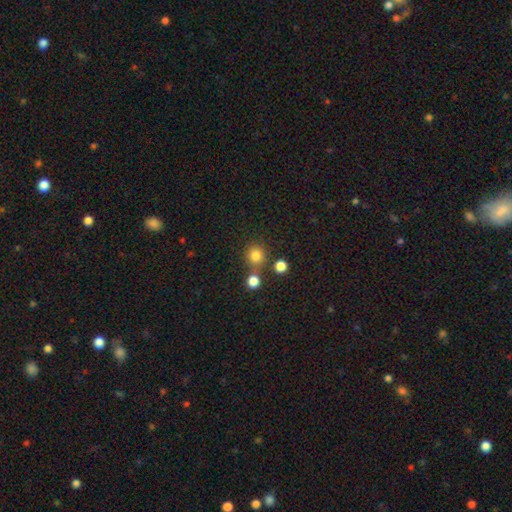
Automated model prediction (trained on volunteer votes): Morphology: type=smooth (80%); roundness=round (91%); merging=none (73%).